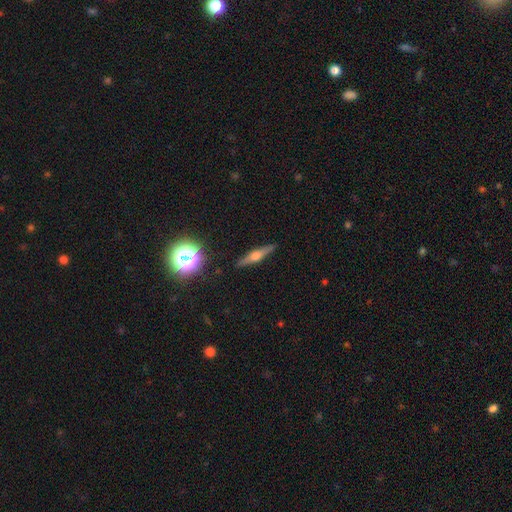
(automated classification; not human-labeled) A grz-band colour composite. It shows a featured or disk galaxy (68%) viewed edge-on (97%) with a rounded central bulge (92%). Merging: none (90%).